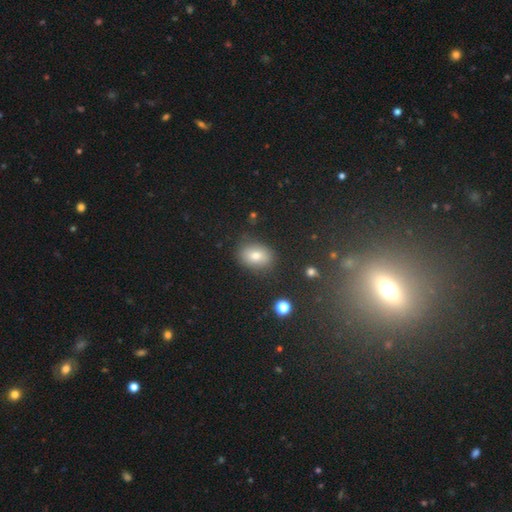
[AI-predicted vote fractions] A smooth galaxy with no disk features (69%) that is in between round and cigar-shaped (71%). Merging: none (83%).